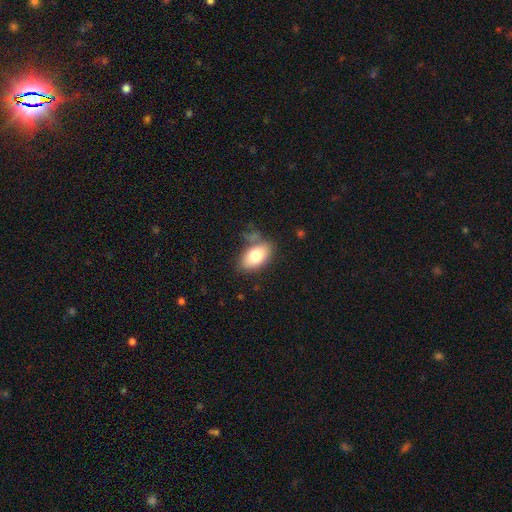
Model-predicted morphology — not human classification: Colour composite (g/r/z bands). It shows a smooth galaxy with no disk features (76%) that is in between round and cigar-shaped (91%). Merging: none (70%).